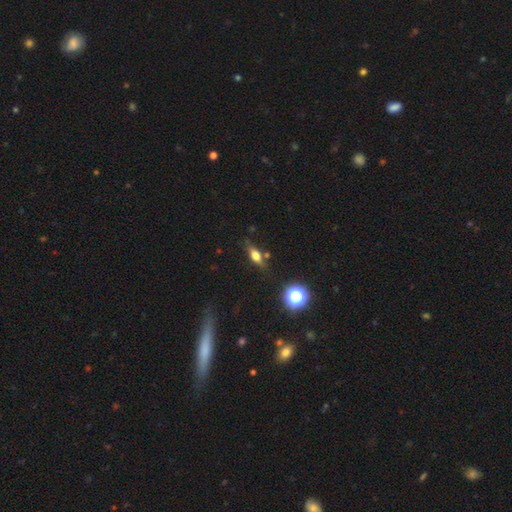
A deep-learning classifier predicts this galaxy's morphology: Smooth or featured? smooth (56%)
How rounded? in between (58%)
Merging? none (74%)